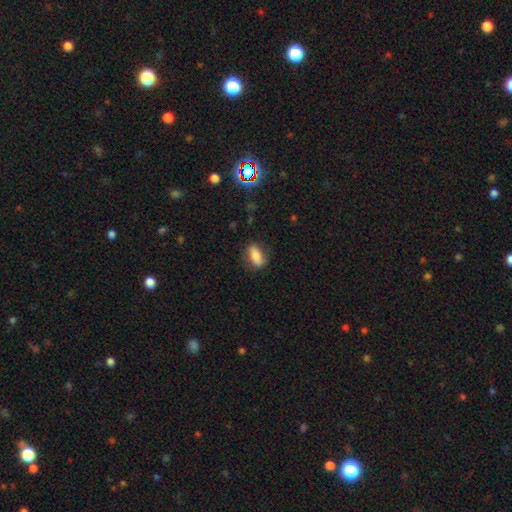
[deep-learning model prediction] This appears to be a smooth galaxy with no disk features (80%) that is in between round and cigar-shaped (80%). Merging: none (78%).